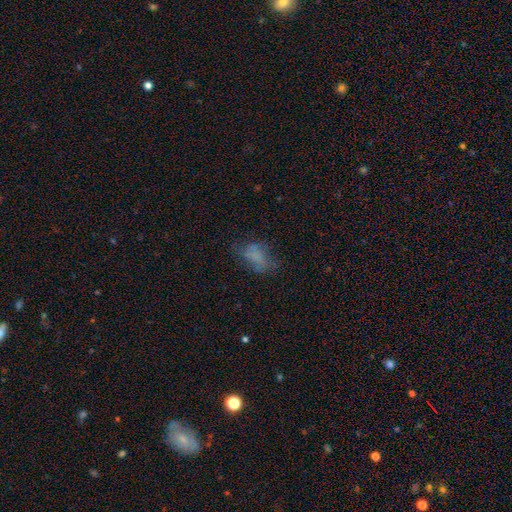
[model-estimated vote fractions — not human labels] This is likely a smooth galaxy (60%). How rounded: clearly in between (86%). Merging: possibly none (47%).